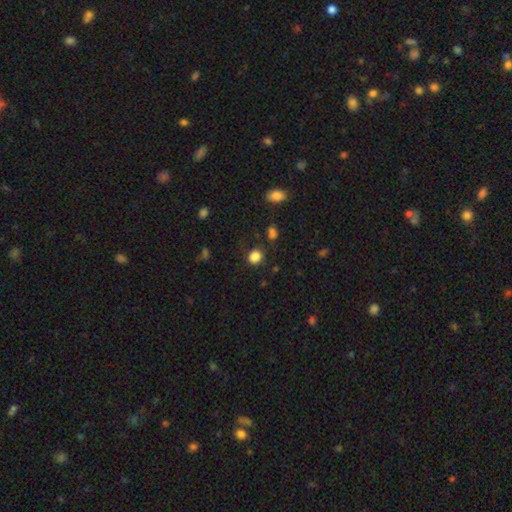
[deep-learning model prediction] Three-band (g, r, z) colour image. It shows a smooth galaxy with no disk features (84%) that is round (74%). Merging: none (80%).